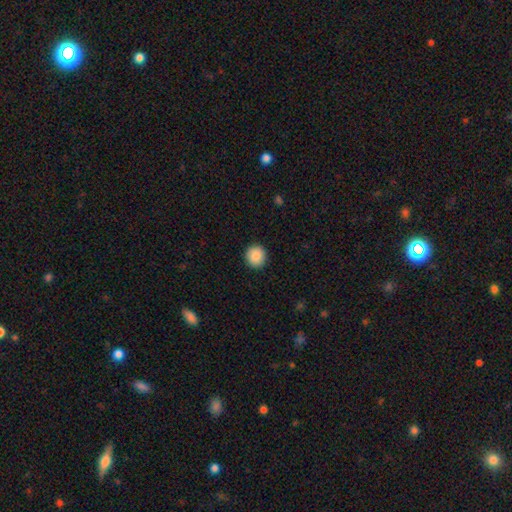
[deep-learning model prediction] A smooth galaxy with no disk features (88%) that is round (94%). Merging: none (92%).